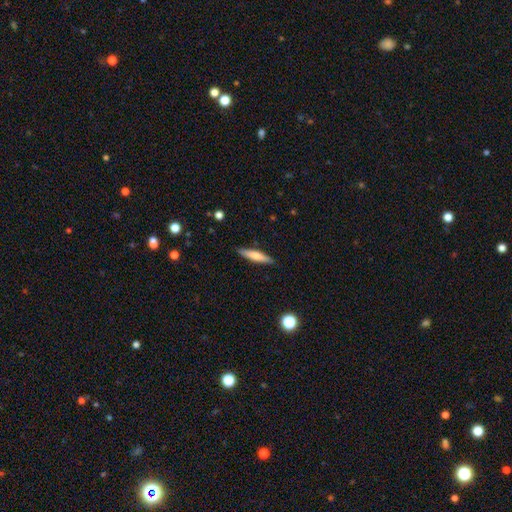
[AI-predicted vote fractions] Smooth or featured?
  - smooth: 58% *
  - featured or disk: 36%
  - star or artifact: 6%
How rounded?
  - cigar-shaped: 85% *
  - in between: 13%
  - round: 2%
Merging?
  - none: 89% *
  - minor disturbance: 8%
  - major disturbance: 2%
  - merger: 1%